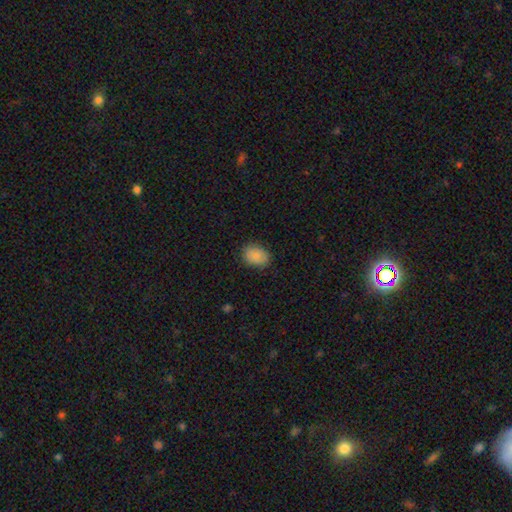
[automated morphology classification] A smooth galaxy with no disk features (86%) that is in between round and cigar-shaped (67%).

Vote fractions:
- Smooth or featured? smooth: 86% / star or artifact: 8% / featured or disk: 6%
- How rounded? in between: 67% / round: 32% / cigar-shaped: 1%
- Merging? none: 85% / minor disturbance: 12% / major disturbance: 3% / merger: 1%